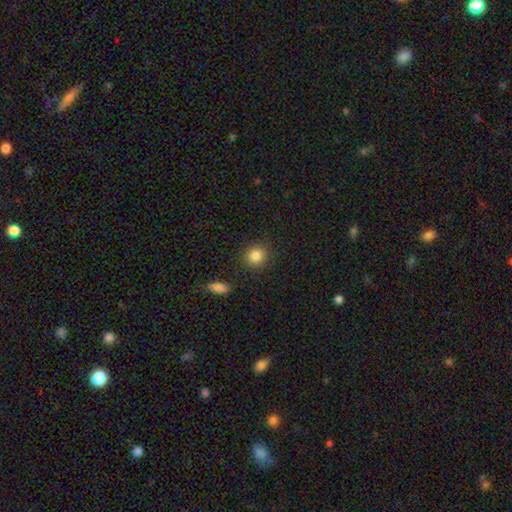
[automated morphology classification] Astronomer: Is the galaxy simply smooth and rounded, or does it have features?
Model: smooth — 85%.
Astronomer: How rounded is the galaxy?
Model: round — 89%.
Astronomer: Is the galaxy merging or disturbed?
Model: none — 88%.